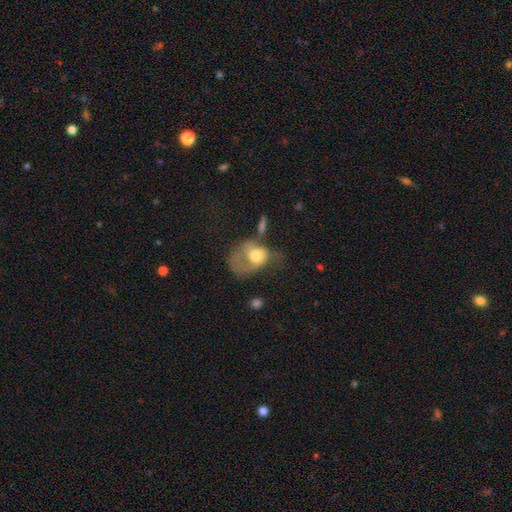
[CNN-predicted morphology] Smooth or featured?
  - smooth: 54% *
  - featured or disk: 38%
  - star or artifact: 8%
How rounded?
  - in between: 61% *
  - round: 37%
  - cigar-shaped: 1%
Merging?
  - major disturbance: 53% *
  - minor disturbance: 20%
  - none: 17%
  - merger: 11%